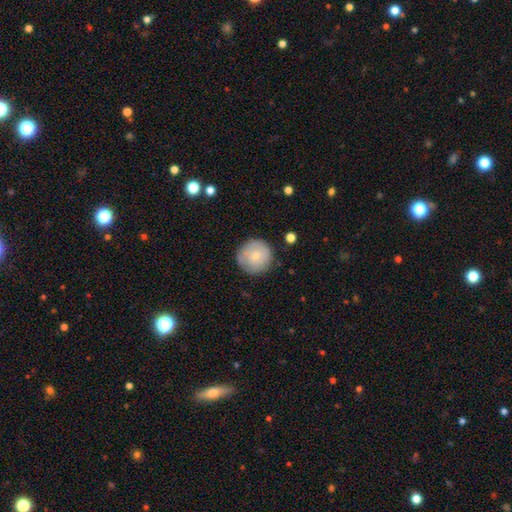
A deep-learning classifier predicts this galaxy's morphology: Overall: smooth (71%). How rounded: round (96%). Merging: none (81%).